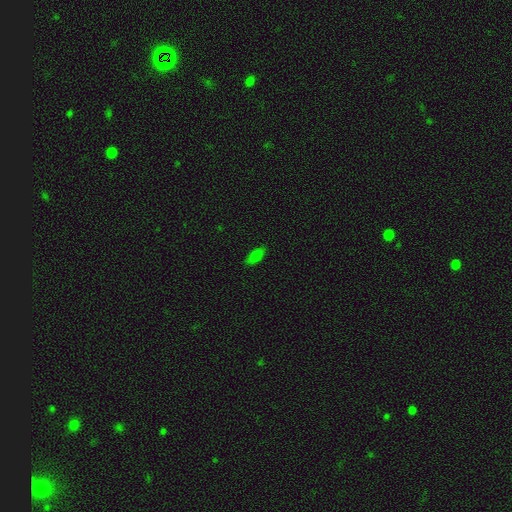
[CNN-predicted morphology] Smooth or featured? smooth (78%)
How rounded? in between (77%)
Merging? none (85%)